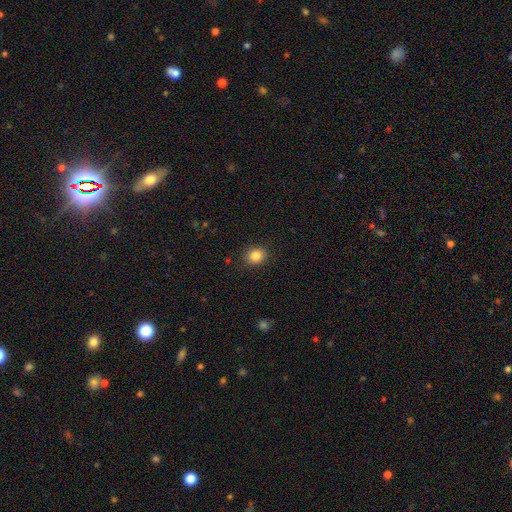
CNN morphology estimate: A smooth galaxy with no disk features (85%) that is round (68%). Merging: none (89%).